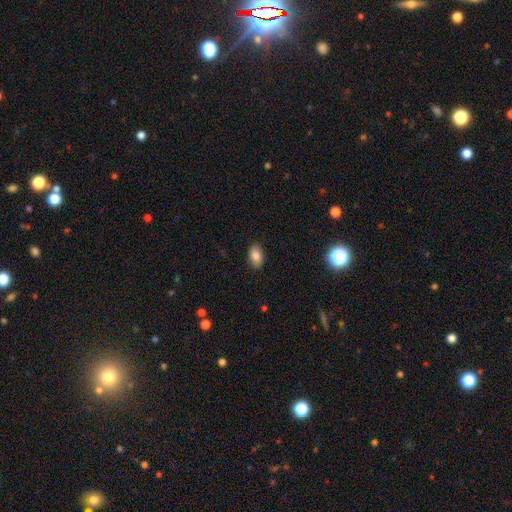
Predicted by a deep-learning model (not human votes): Smooth or featured: smooth — 83% (star or artifact — 9%)
How rounded: in between — 90% (round — 9%)
Merging: none — 88% (minor disturbance — 9%)